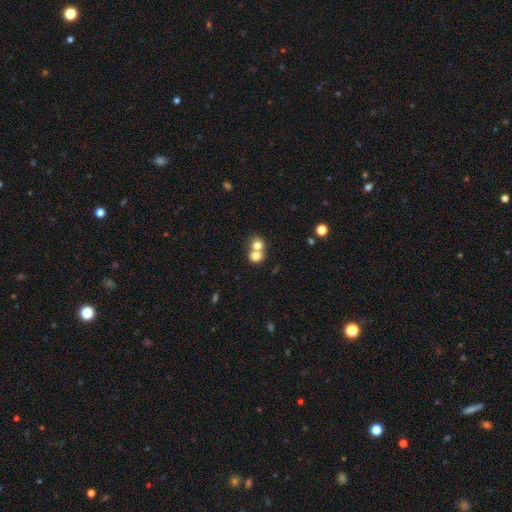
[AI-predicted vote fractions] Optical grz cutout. It shows a smooth galaxy with no disk features (75%) that is round (76%). Merging: merger (66%).